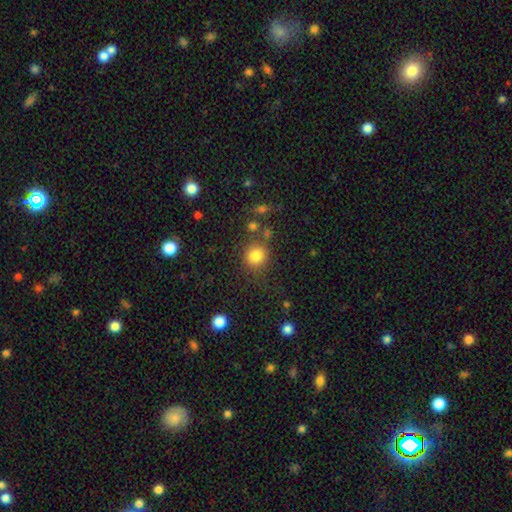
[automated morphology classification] smooth 82%, star or artifact 12%, featured or disk 6%. Down the decision tree: how rounded — round (84%); merging — none (74%).